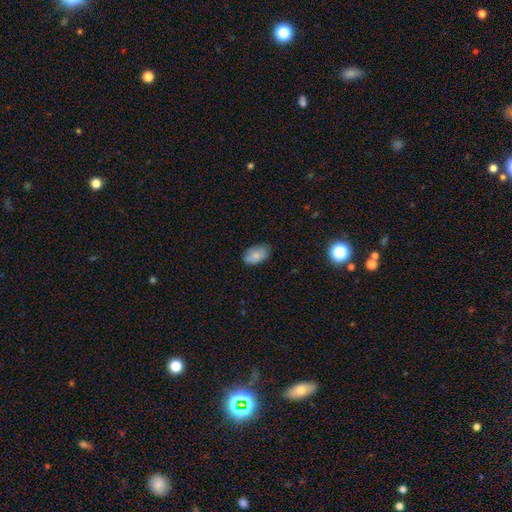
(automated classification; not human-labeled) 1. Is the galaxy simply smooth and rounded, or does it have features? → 82% smooth, 10% featured or disk, 8% star or artifact.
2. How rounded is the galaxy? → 92% in between, 6% round, 2% cigar-shaped.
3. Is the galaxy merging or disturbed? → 76% none, 20% minor disturbance, 4% major disturbance, 1% merger.